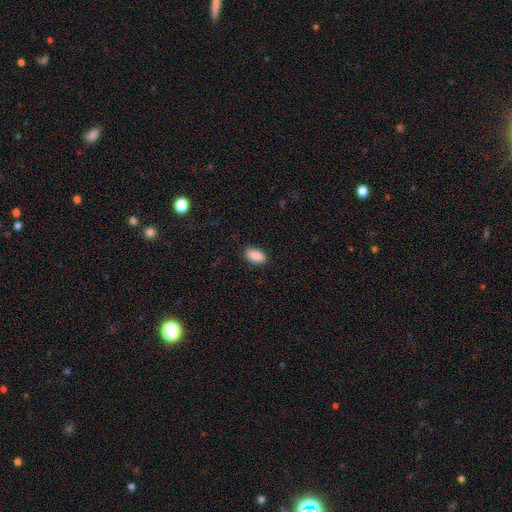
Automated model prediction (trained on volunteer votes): The model was most divided on "merging": none: 87%, minor disturbance: 10%, major disturbance: 2%, merger: 1%. More confident: how rounded — in between (93%); smooth or featured — smooth (90%).